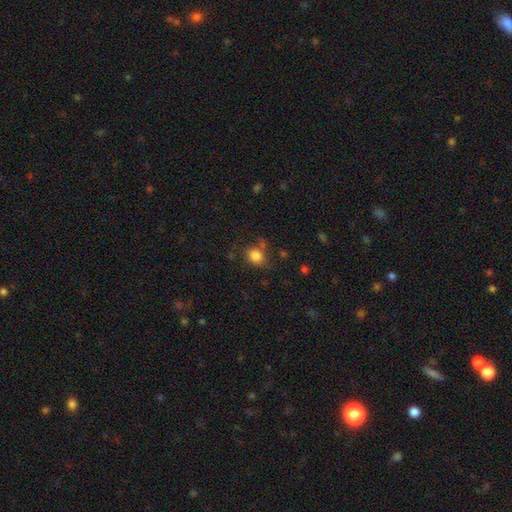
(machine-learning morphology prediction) Smooth or featured? smooth (83%)
How rounded? round (75%)
Merging? none (70%)